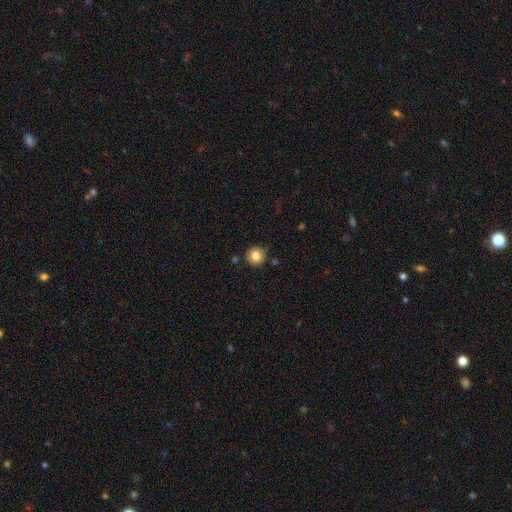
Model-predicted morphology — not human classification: Smooth or featured? Predicted: smooth (p=0.81). How rounded? Predicted: round (p=0.93). Merging? Predicted: none (p=0.83).